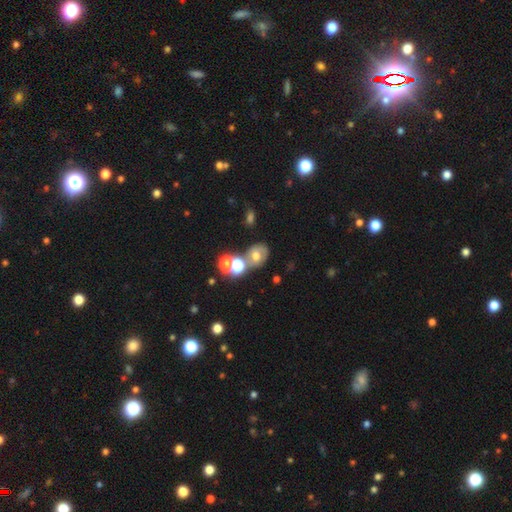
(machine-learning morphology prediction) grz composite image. It shows a smooth galaxy with no disk features (50%). Merging: none (43%).